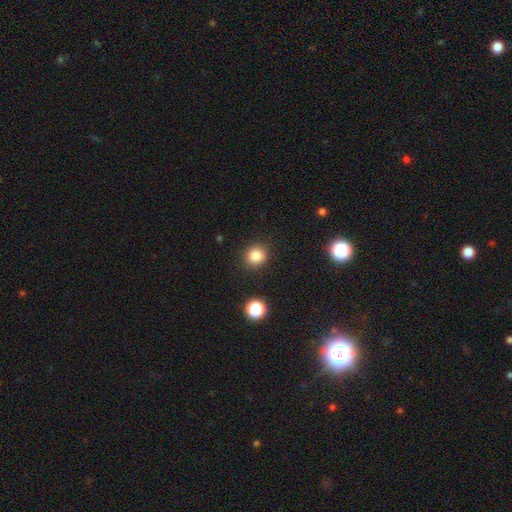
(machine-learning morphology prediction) smooth_or_featured: smooth (p=0.84) [alt: star or artifact p=0.12]
how_rounded: round (p=0.87) [alt: in between p=0.12]
merging: none (p=0.89) [alt: minor disturbance p=0.07]